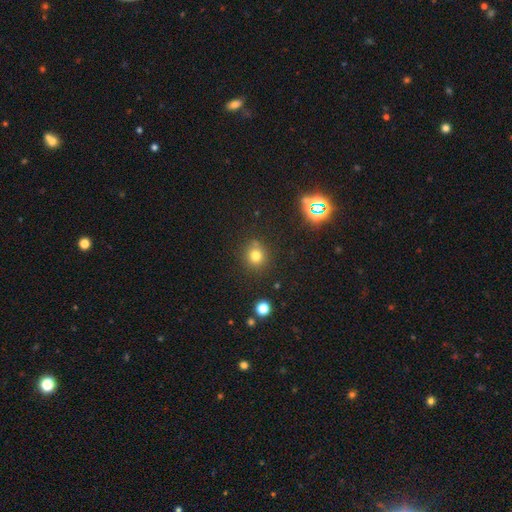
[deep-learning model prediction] Q: Smooth or featured?
A: smooth (76%); runner-up: star or artifact (17%)
Q: How rounded?
A: round (88%); runner-up: in between (11%)
Q: Merging?
A: none (81%); runner-up: minor disturbance (11%)